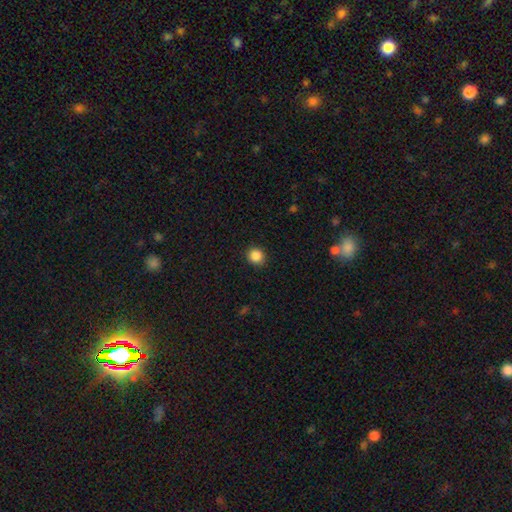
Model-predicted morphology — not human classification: Smooth or featured: smooth — 87% (star or artifact — 10%)
How rounded: round — 90% (in between — 9%)
Merging: none — 90% (minor disturbance — 7%)